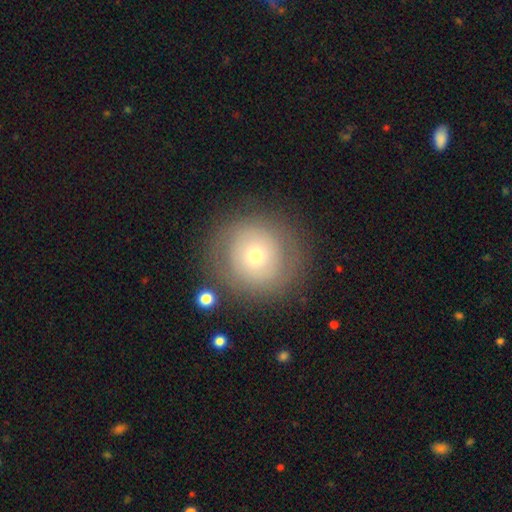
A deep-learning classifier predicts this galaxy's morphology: Q: Smooth or featured?
A: smooth (56%); runner-up: featured or disk (34%)
Q: How rounded?
A: round (94%); runner-up: in between (5%)
Q: Merging?
A: none (83%); runner-up: minor disturbance (10%)